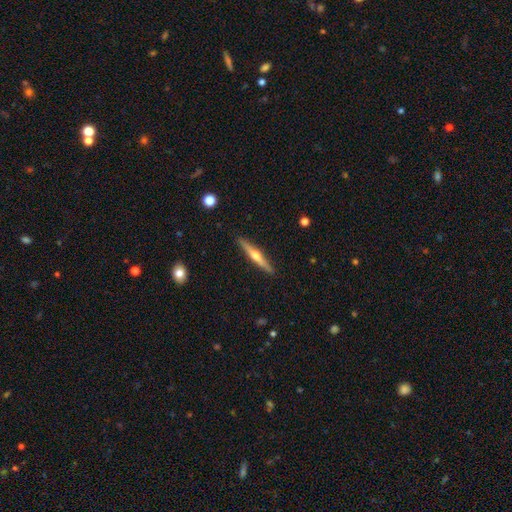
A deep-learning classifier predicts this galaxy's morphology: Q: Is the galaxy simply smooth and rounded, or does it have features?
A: featured or disk — 65%.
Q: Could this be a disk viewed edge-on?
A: yes — 97%.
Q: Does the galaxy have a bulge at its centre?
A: rounded — 90%.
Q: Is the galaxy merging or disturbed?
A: none — 91%.